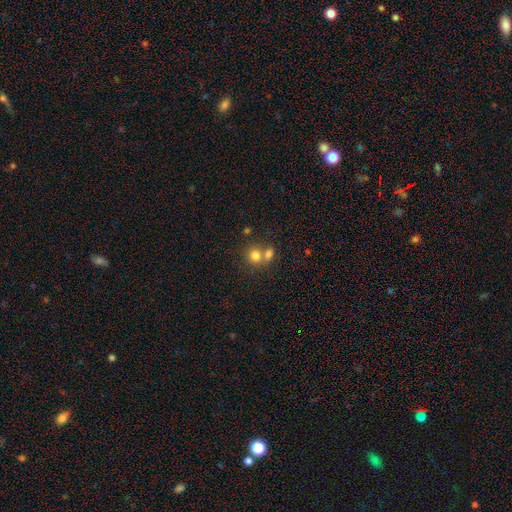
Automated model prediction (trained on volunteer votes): A smooth galaxy with no disk features (78%) that is round (81%).

Vote fractions:
- Smooth or featured? smooth: 78% / star or artifact: 12% / featured or disk: 10%
- How rounded? round: 81% / in between: 18% / cigar-shaped: 1%
- Merging? merger: 49% / none: 42% / minor disturbance: 6% / major disturbance: 3%